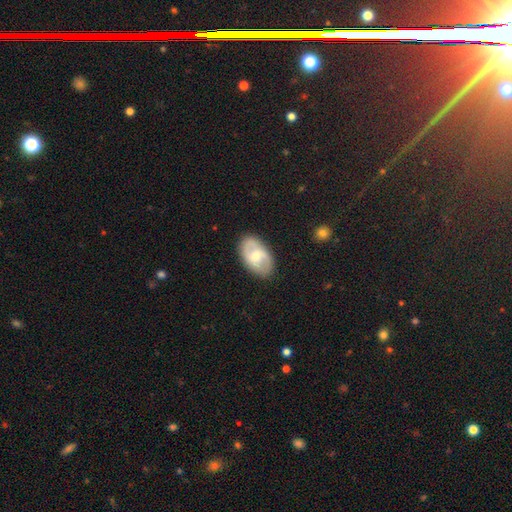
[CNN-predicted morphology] Smooth or featured? Predicted: featured or disk (p=0.54). Edge-on disk? Predicted: no (p=0.94). Bar? Predicted: weak (p=0.49). Spiral arms? Predicted: yes (p=0.66). Bulge size? Predicted: moderate (p=0.62). Merging? Predicted: none (p=0.83).